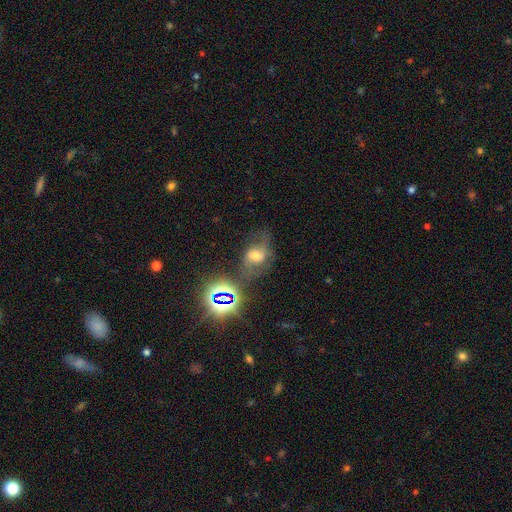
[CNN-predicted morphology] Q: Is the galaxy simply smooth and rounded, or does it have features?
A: featured or disk — 44%.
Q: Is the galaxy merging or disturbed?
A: none — 49%.